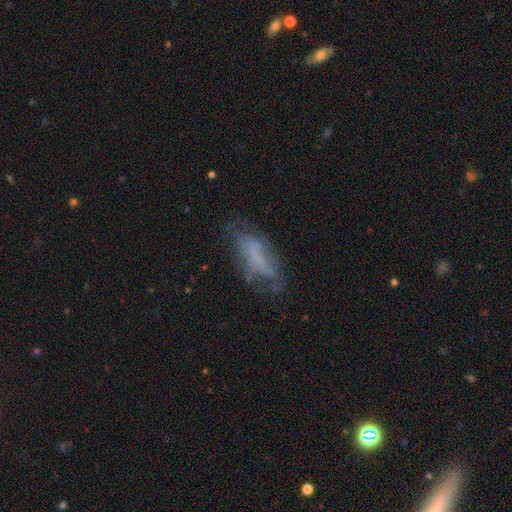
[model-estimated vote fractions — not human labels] Overall: featured or disk (45%; smooth 41%). Merging: none (51%; minor disturbance 27%).